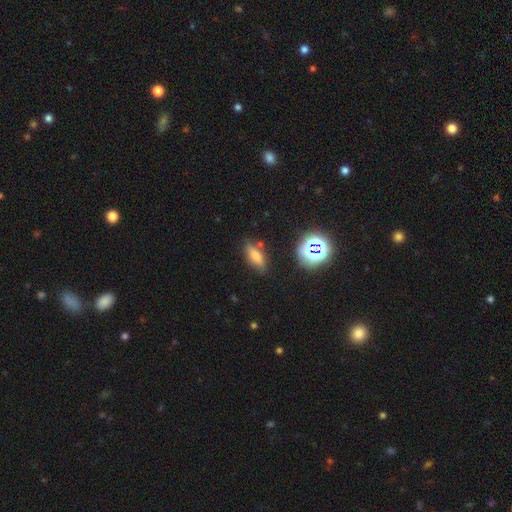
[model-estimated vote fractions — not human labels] Smooth or featured? Predicted: smooth (p=0.64). How rounded? Predicted: in between (p=0.61). Merging? Predicted: none (p=0.77).